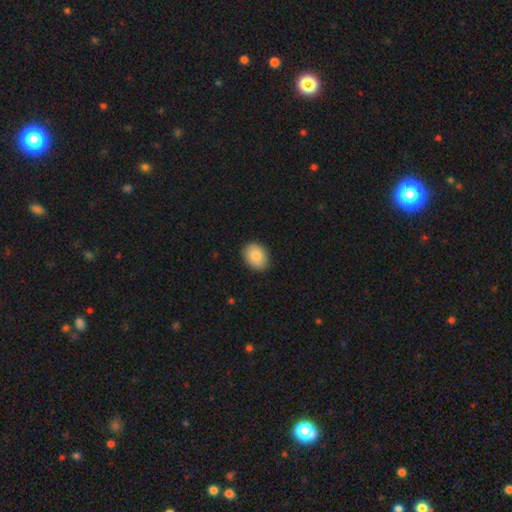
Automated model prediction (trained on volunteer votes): A smooth galaxy with no disk features (88%) that is in between round and cigar-shaped (58%). Merging: none (88%).